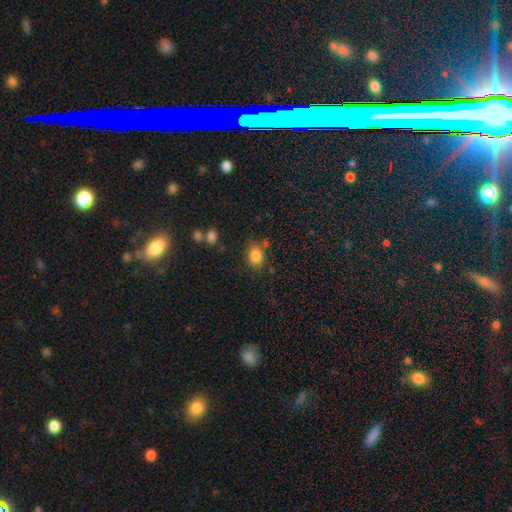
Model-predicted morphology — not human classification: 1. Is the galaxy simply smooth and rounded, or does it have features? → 84% smooth, 10% star or artifact, 6% featured or disk.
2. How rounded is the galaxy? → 64% in between, 35% round, 1% cigar-shaped.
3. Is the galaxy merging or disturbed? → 70% none, 16% minor disturbance, 9% merger, 5% major disturbance.